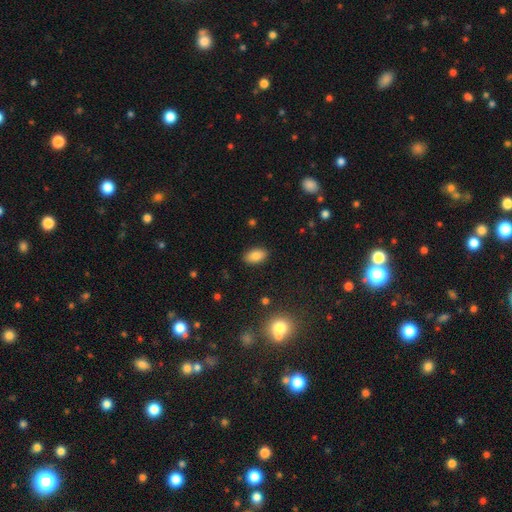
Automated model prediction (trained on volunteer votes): smooth_or_featured: smooth (p=0.84) [alt: star or artifact p=0.09]
how_rounded: in between (p=0.93) [alt: round p=0.05]
merging: none (p=0.89) [alt: minor disturbance p=0.08]